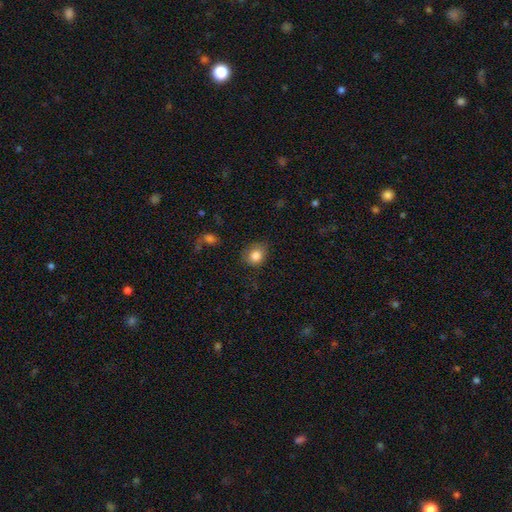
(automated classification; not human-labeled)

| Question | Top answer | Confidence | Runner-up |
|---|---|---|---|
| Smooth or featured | smooth | 84% | star or artifact (10%) |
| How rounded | round | 66% | in between (33%) |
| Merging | none | 72% | minor disturbance (21%) |